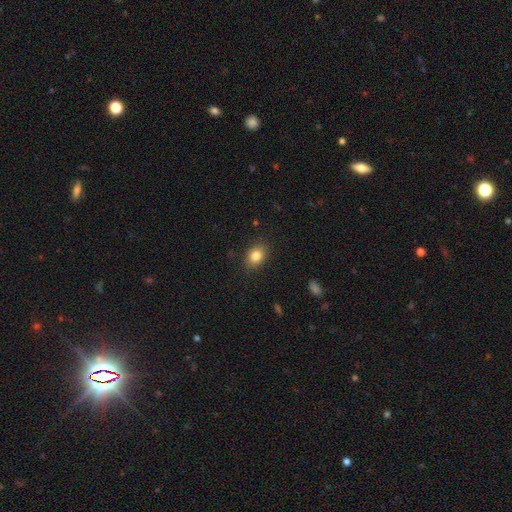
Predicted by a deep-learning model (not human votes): The model was most divided on "how rounded": in between: 66%, round: 33%, cigar-shaped: 1%. More confident: merging — none (86%); smooth or featured — smooth (83%).